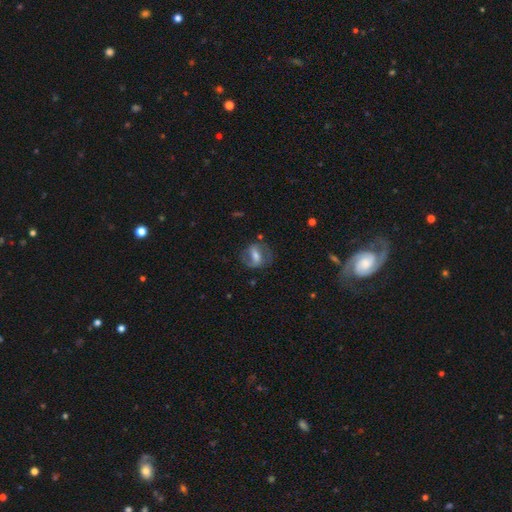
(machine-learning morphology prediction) Smooth or featured?
  - featured or disk: 63% *
  - smooth: 30%
  - star or artifact: 7%
Edge-on disk?
  - no: 92% *
  - yes: 8%
Bar?
  - strong: 50% *
  - weak: 34%
  - no: 16%
Spiral arms?
  - yes: 72% *
  - no: 28%
Bulge size?
  - moderate: 54% *
  - small: 29%
  - large: 11%
  - none: 5%
  - dominant: 2%
Merging?
  - none: 67% *
  - minor disturbance: 19%
  - major disturbance: 12%
  - merger: 2%